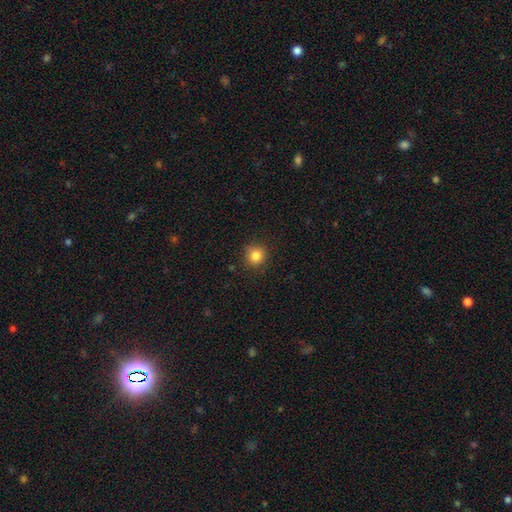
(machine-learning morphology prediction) This is clearly a smooth galaxy (84%). How rounded: clearly round (92%). Merging: clearly none (87%).